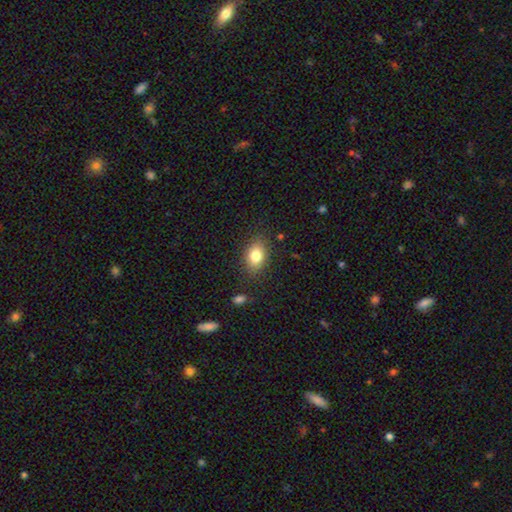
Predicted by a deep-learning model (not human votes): smooth 81%, featured or disk 10%, star or artifact 9%. Down the decision tree: how rounded — in between (80%); merging — none (83%).